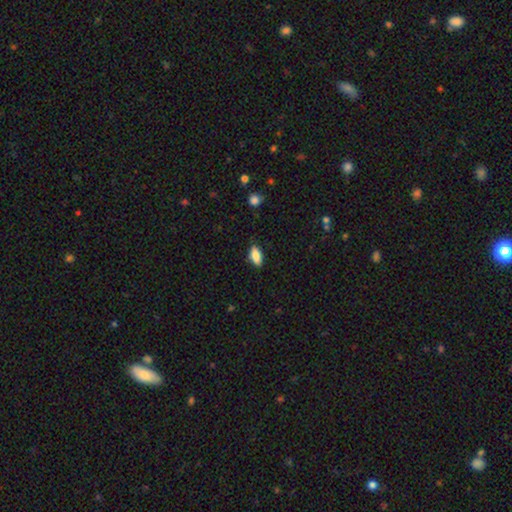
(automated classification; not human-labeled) Overall: smooth (80%). How rounded: in between (85%). Merging: none (80%).